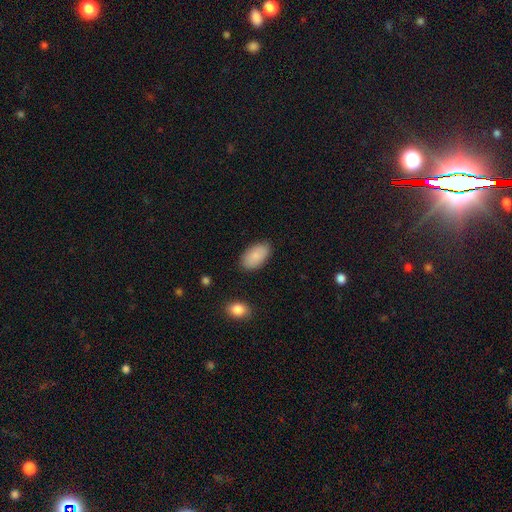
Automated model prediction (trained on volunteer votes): Smooth or featured? smooth (87%)
How rounded? in between (94%)
Merging? none (85%)